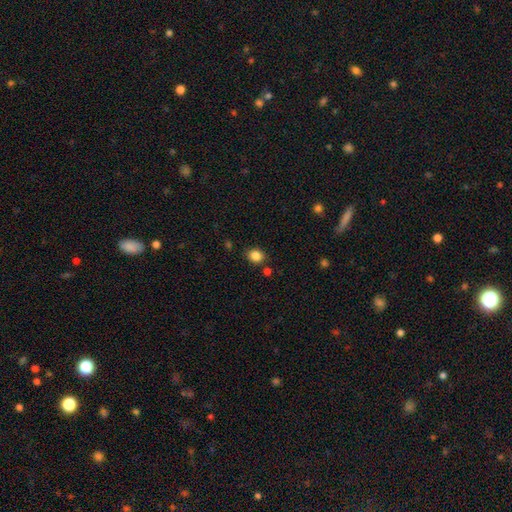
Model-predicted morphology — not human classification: This appears to be a smooth galaxy with no disk features (85%) that is round (73%). Merging: none (83%).